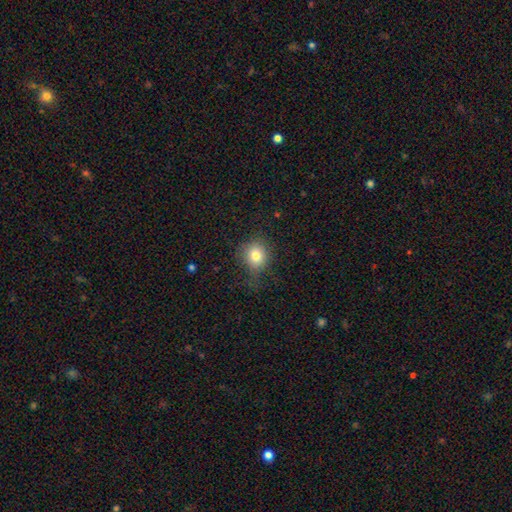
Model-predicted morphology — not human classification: smooth 78%, star or artifact 12%, featured or disk 9%. Down the decision tree: how rounded — round (82%); merging — none (66%).